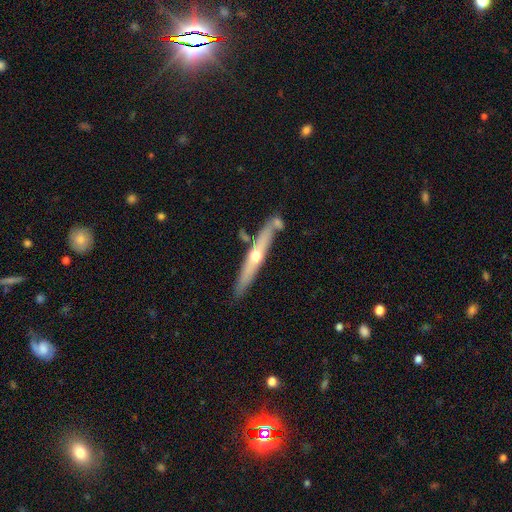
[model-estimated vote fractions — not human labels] This is likely a featured or disk galaxy (60%). It is clearly viewed edge-on (91%). Edge-on bulge: clearly rounded (86%). Merging: likely none (74%).